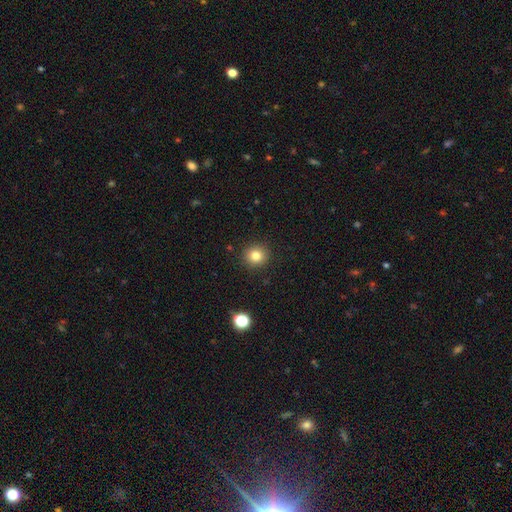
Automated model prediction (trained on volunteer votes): Smooth or featured?
  - smooth: 82% *
  - star or artifact: 12%
  - featured or disk: 6%
How rounded?
  - round: 90% *
  - in between: 9%
  - cigar-shaped: 1%
Merging?
  - none: 91% *
  - minor disturbance: 6%
  - major disturbance: 2%
  - merger: 1%